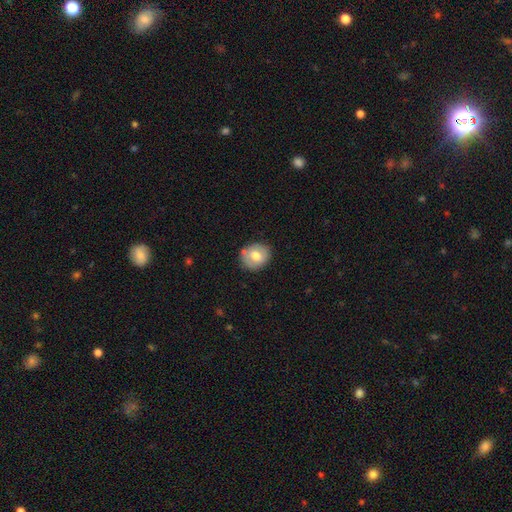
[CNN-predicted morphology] smooth 64%, featured or disk 29%, star or artifact 7%. Down the decision tree: how rounded — round (74%); merging — none (79%).